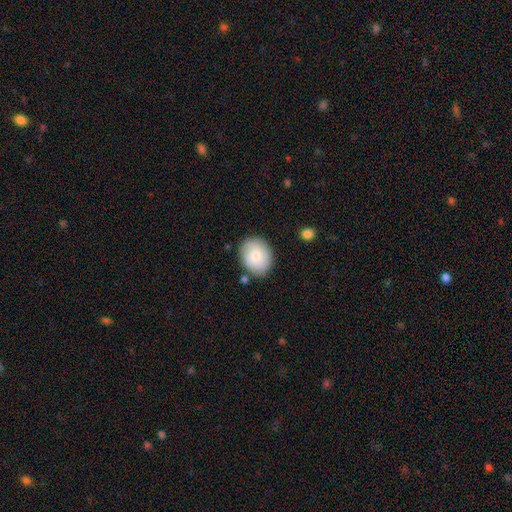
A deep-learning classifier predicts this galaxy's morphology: Smooth or featured? Predicted: smooth (p=0.74). How rounded? Predicted: round (p=0.62). Merging? Predicted: none (p=0.81).